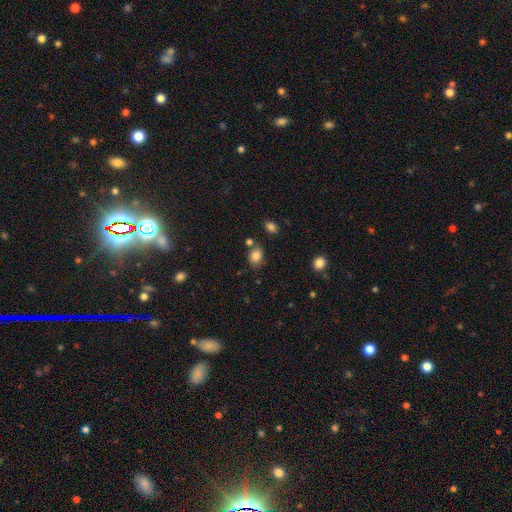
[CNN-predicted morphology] smooth 83%, star or artifact 11%, featured or disk 6%. Down the decision tree: how rounded — in between (57%); merging — none (69%).